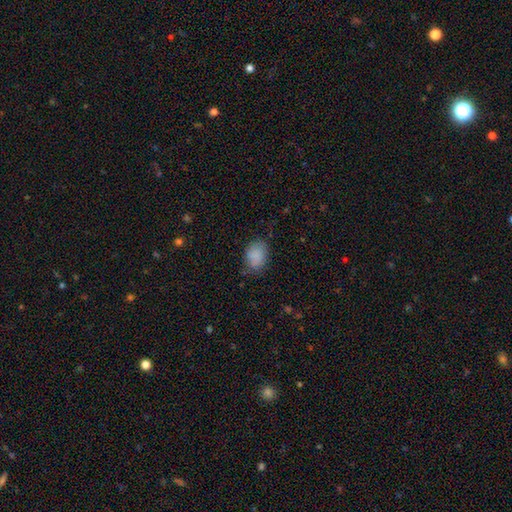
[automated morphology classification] Q: Smooth or featured?
A: smooth (86%); runner-up: star or artifact (8%)
Q: How rounded?
A: in between (75%); runner-up: round (24%)
Q: Merging?
A: none (69%); runner-up: minor disturbance (24%)